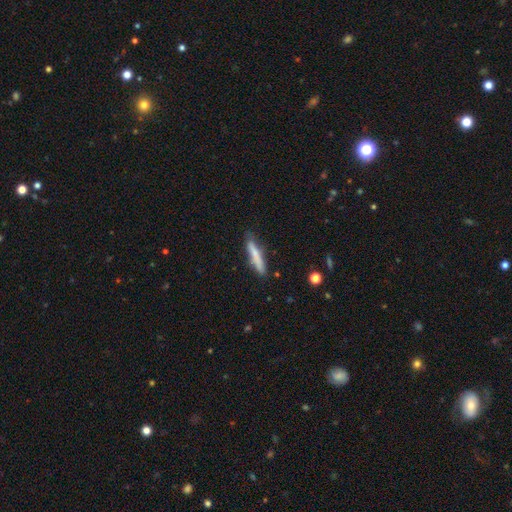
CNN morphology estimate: The model was most divided on "smooth or featured": smooth: 71%, featured or disk: 23%, star or artifact: 6%. More confident: how rounded — cigar-shaped (90%); merging — none (78%).